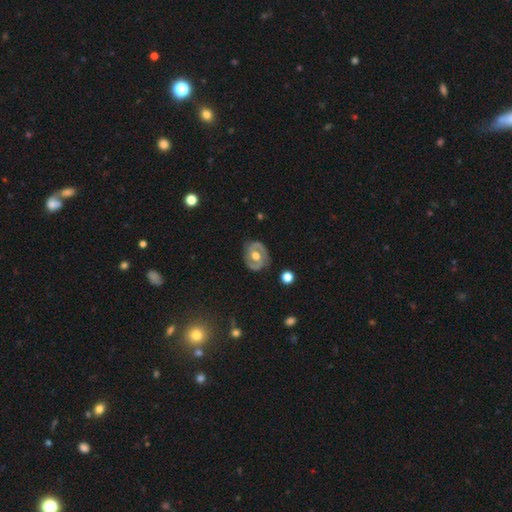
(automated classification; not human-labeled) Smooth or featured: featured or disk — 72% (smooth — 22%)
Edge-on disk: no — 96% (yes — 4%)
Bar: no — 56% (weak — 33%)
Spiral arms: yes — 66% (no — 34%)
Bulge size: moderate — 69% (large — 23%)
Merging: none — 81% (minor disturbance — 13%)